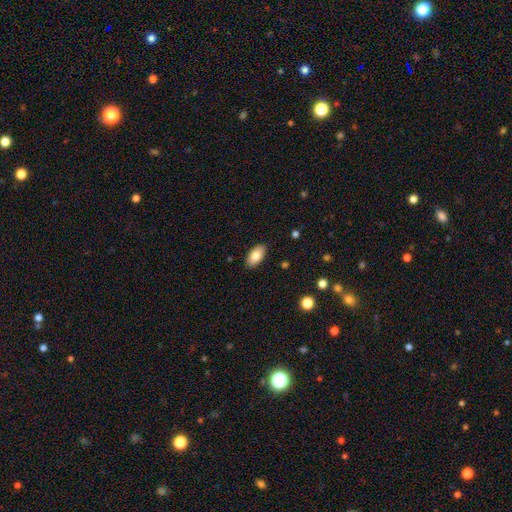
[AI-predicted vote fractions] smooth 82%, featured or disk 11%, star or artifact 7%. Down the decision tree: how rounded — in between (94%); merging — none (88%).